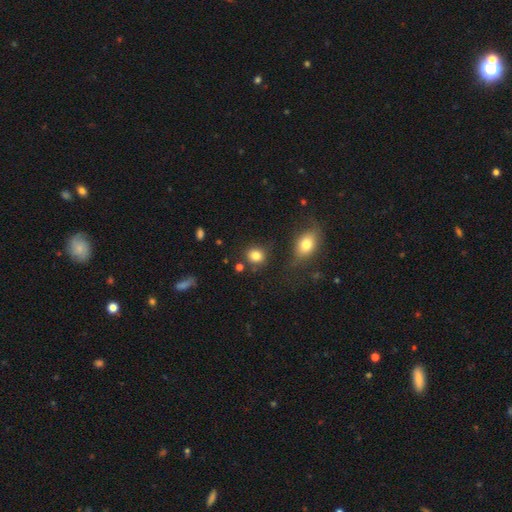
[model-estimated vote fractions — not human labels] Smooth or featured: smooth — 83% (star or artifact — 11%)
How rounded: round — 73% (in between — 26%)
Merging: none — 79% (minor disturbance — 11%)